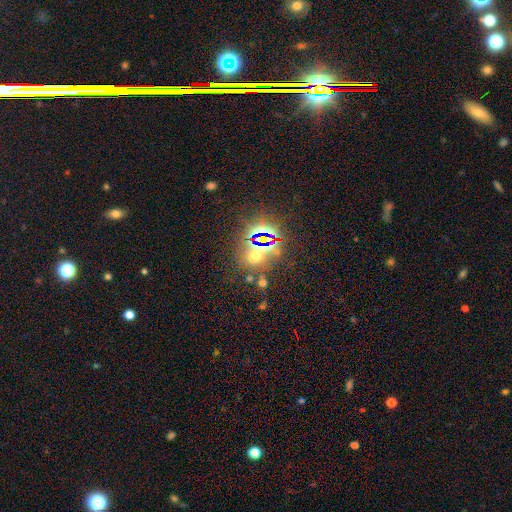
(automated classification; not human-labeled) Smooth or featured? star or artifact (63%)